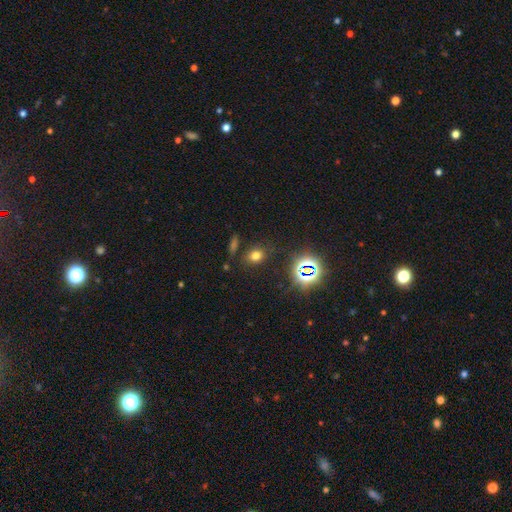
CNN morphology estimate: type=smooth (68%); roundness=in between (49%, tied with round); merging=none (81%).